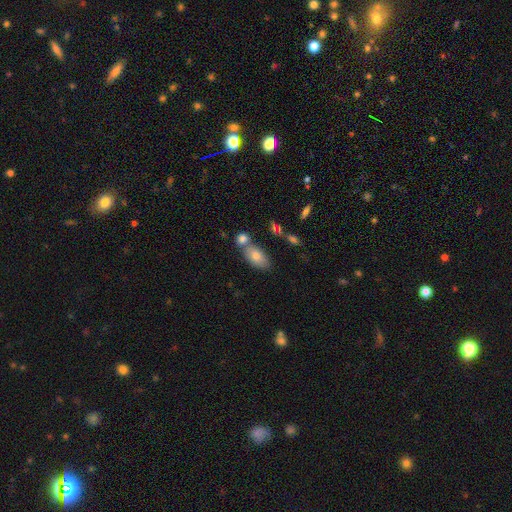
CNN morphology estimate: Smooth or featured? smooth (78%)
How rounded? in between (91%)
Merging? none (51%)